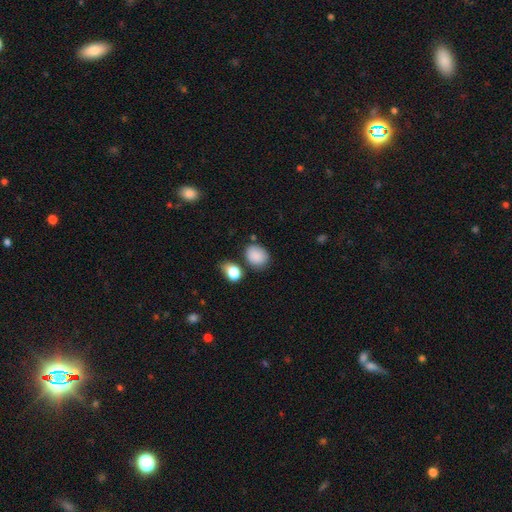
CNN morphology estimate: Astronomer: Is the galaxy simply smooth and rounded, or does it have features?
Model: smooth — 87%.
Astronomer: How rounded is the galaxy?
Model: in between — 58% (runner-up: round, 41%).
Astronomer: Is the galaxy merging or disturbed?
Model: none — 67%.